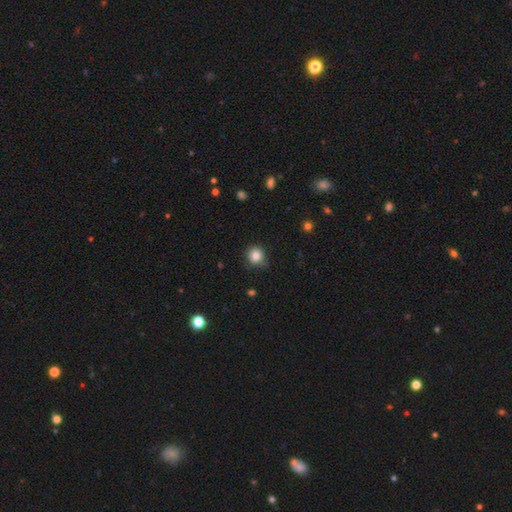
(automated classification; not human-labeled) A smooth galaxy with no disk features (83%) that is round (90%).

Vote fractions:
- Smooth or featured? smooth: 83% / star or artifact: 11% / featured or disk: 5%
- How rounded? round: 90% / in between: 9% / cigar-shaped: 1%
- Merging? none: 77% / minor disturbance: 18% / major disturbance: 3% / merger: 2%